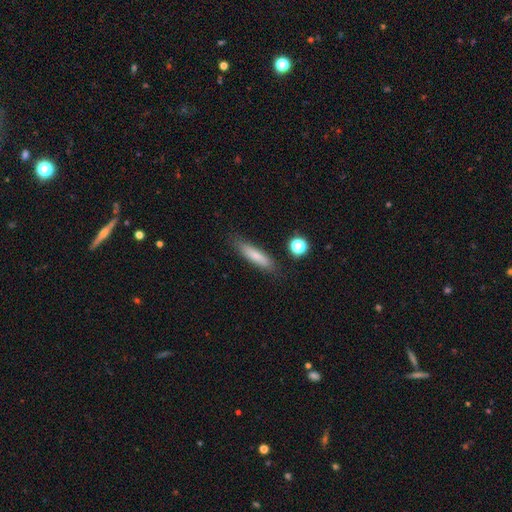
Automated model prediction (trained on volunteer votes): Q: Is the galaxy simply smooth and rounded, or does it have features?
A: smooth — 78%.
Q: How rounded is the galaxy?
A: cigar-shaped — 77%.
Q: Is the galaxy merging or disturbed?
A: none — 82%.